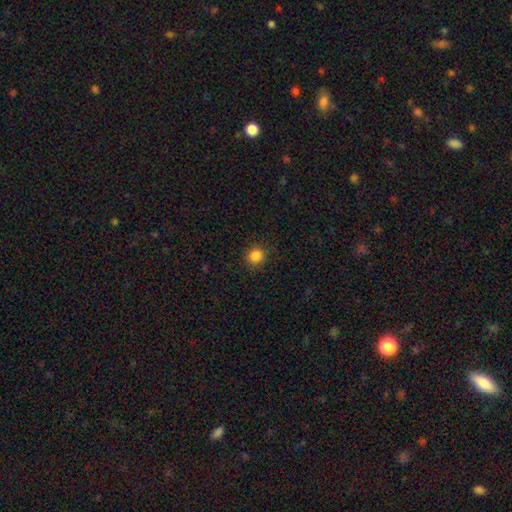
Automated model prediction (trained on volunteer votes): Smooth or featured? Predicted: smooth (p=0.85). How rounded? Predicted: round (p=0.90). Merging? Predicted: none (p=0.91).